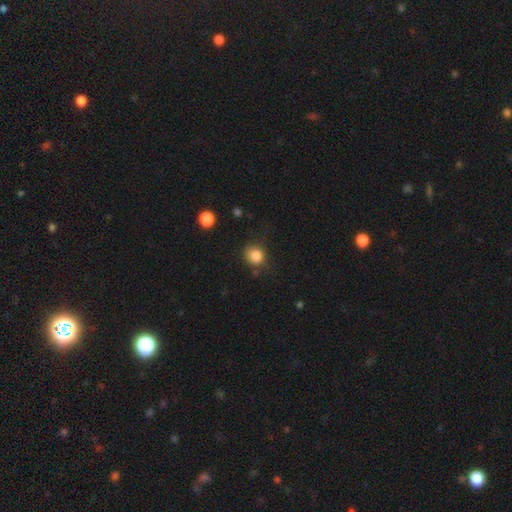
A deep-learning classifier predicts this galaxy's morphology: This is clearly a smooth galaxy (84%). How rounded: clearly round (82%). Merging: likely none (70%).